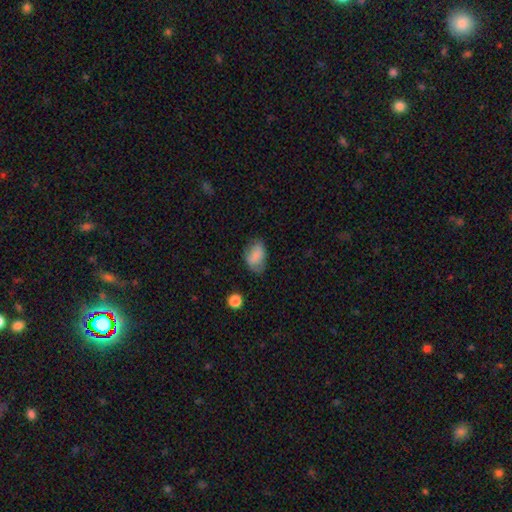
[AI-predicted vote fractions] smooth_or_featured: smooth (p=0.82) [alt: featured or disk p=0.10]
how_rounded: in between (p=0.86) [alt: round p=0.12]
merging: none (p=0.61) [alt: minor disturbance p=0.29]